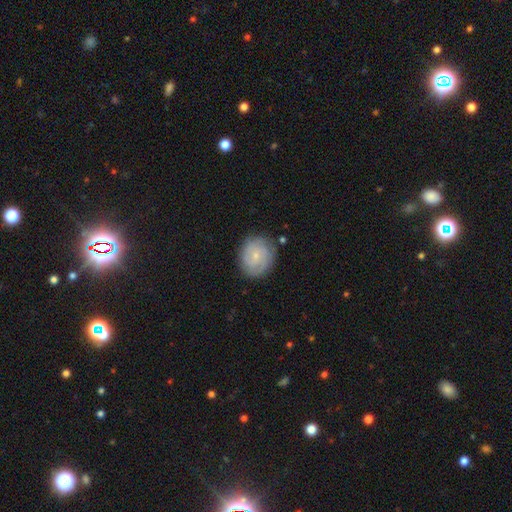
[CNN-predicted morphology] A featured or disk galaxy (53%) with no bar (73%), spiral arms (83%) and a small central bulge (77%).

Vote fractions:
- Smooth or featured? featured or disk: 53% / smooth: 40% / star or artifact: 7%
- Edge-on disk? no: 97% / yes: 3%
- Bar? no: 73% / weak: 23% / strong: 3%
- Spiral arms? yes: 83% / no: 17%
- Bulge size? small: 77% / moderate: 18% / none: 3% / large: 1% / dominant: 1%
- Merging? none: 79% / minor disturbance: 15% / major disturbance: 4% / merger: 2%